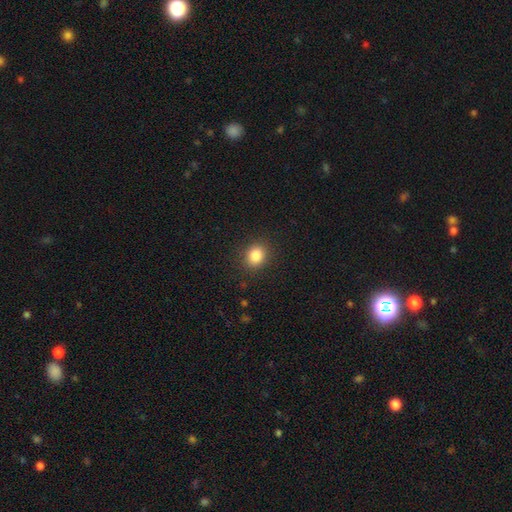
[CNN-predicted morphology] This appears to be a smooth galaxy with no disk features (84%) that is round (65%). Merging: none (88%).